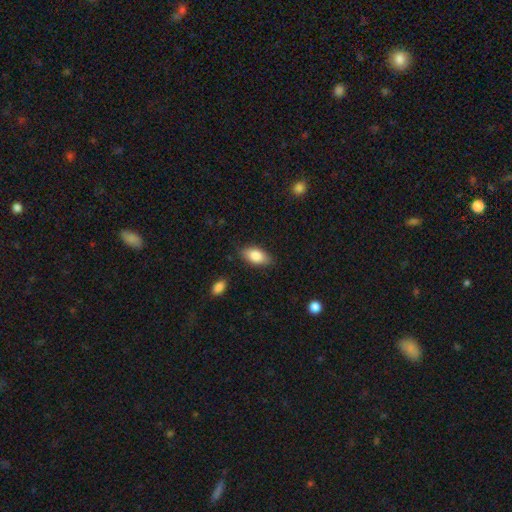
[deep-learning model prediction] smooth 82%, featured or disk 11%, star or artifact 7%. Down the decision tree: how rounded — in between (90%); merging — none (81%).